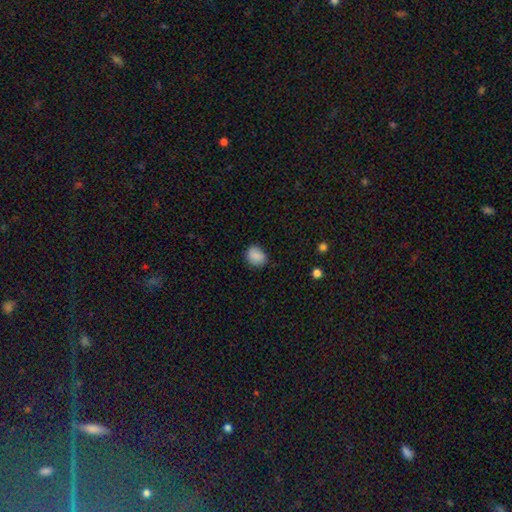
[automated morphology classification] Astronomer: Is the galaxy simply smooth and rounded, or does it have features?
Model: smooth — 85%.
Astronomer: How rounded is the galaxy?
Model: round — 55% (runner-up: in between, 44%).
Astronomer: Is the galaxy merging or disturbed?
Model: none — 76%.